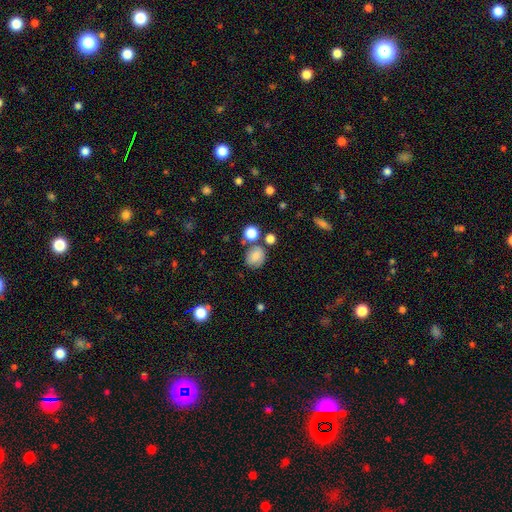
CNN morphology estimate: type=smooth (75%); roundness=round (66%); merging=none (66%).